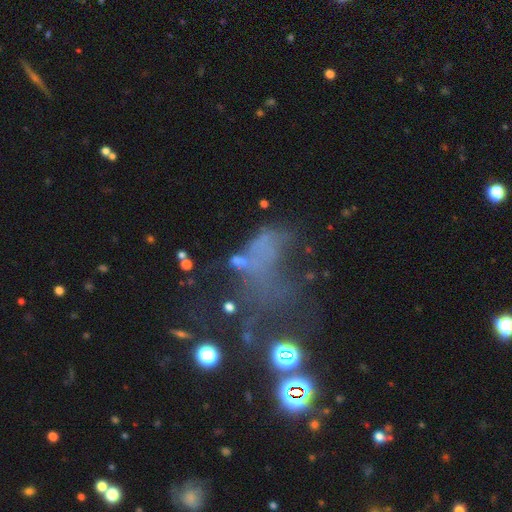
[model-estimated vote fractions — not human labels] A star or artifact, not a galaxy (39%).